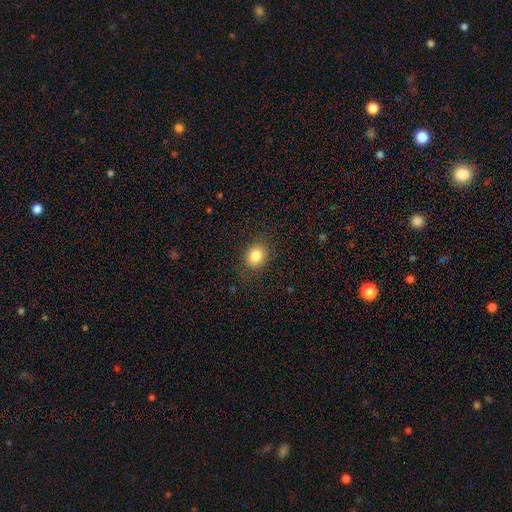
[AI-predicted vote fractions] This appears to be a smooth galaxy with no disk features (83%) that is round (62%). Merging: none (85%).